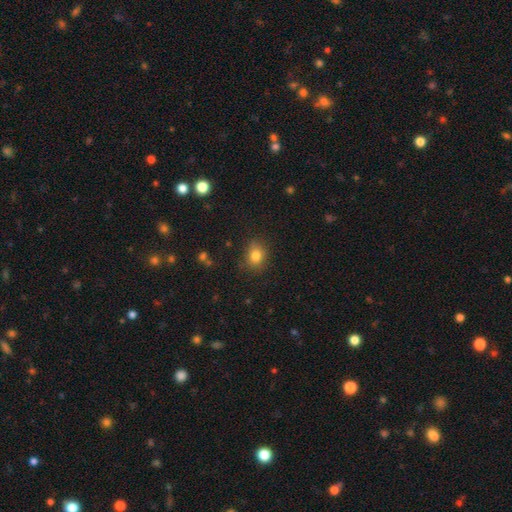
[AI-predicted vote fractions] smooth_or_featured: smooth (p=0.82) [alt: star or artifact p=0.11]
how_rounded: round (p=0.52) [alt: in between p=0.47]
merging: none (p=0.79) [alt: minor disturbance p=0.15]